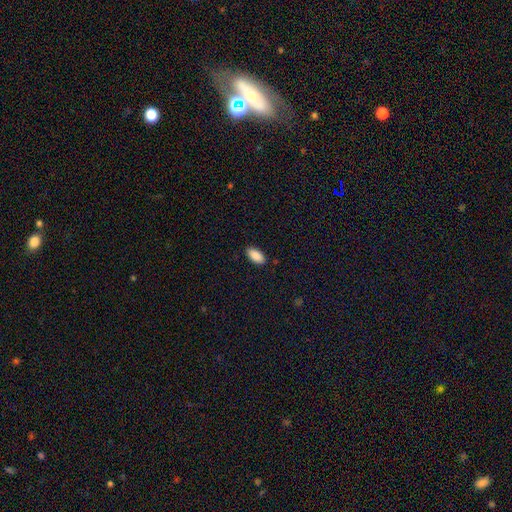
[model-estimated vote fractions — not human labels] Q: Smooth or featured?
A: smooth (90%); runner-up: star or artifact (7%)
Q: How rounded?
A: in between (93%); runner-up: cigar-shaped (5%)
Q: Merging?
A: none (88%); runner-up: minor disturbance (9%)